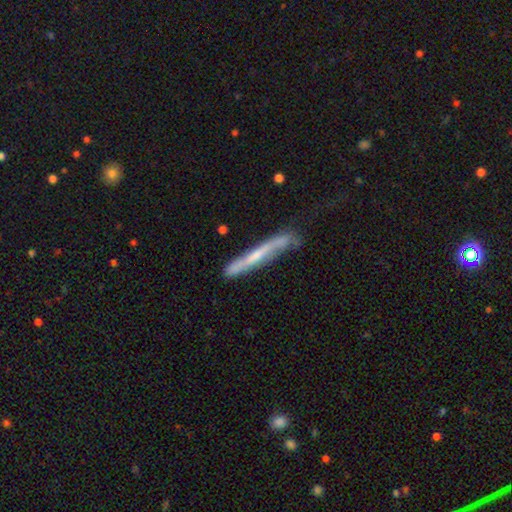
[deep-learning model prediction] smooth-or-featured: featured or disk: 61% | smooth: 33% | star or artifact: 6%
  disk-edge-on: yes: 80% | no: 20%
  merging: none: 61% | minor disturbance: 28% | major disturbance: 7% | merger: 4%